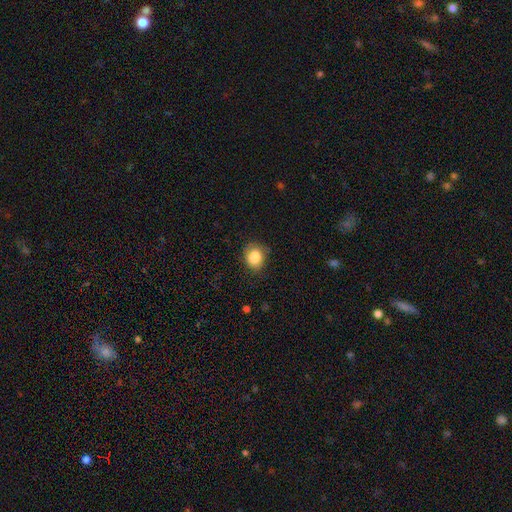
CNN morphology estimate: This is clearly a smooth galaxy (85%). How rounded: possibly round (59%). Merging: likely none (73%).